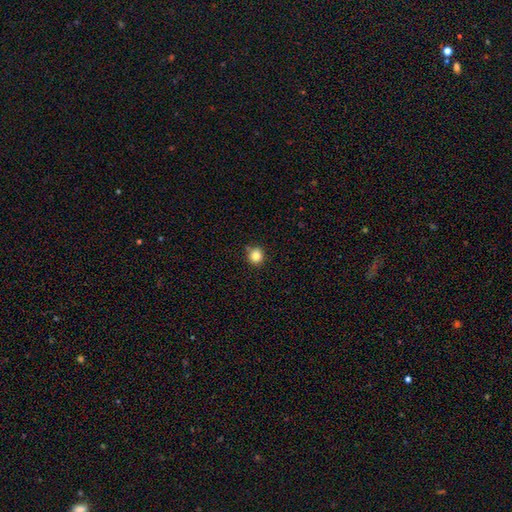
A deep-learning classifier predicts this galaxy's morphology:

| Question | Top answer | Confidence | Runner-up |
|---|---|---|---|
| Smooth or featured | smooth | 84% | star or artifact (11%) |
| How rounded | round | 90% | in between (9%) |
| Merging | none | 83% | minor disturbance (11%) |